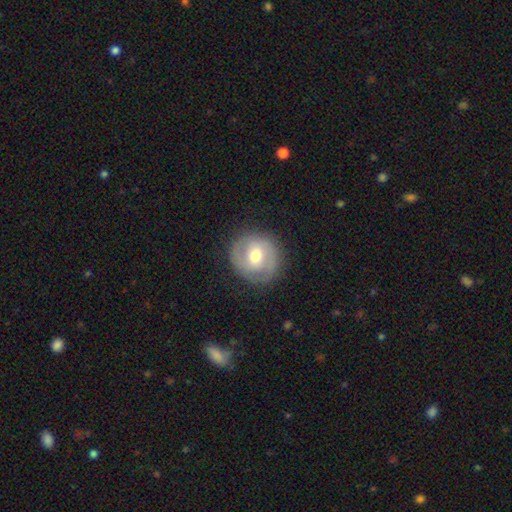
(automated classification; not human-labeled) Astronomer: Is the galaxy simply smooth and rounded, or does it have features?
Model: featured or disk — 58% (runner-up: smooth, 36%).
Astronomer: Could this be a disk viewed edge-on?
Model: no — 97%.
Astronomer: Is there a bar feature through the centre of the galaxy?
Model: weak — 44% (runner-up: no, 41%).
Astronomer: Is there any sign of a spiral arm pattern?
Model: yes — 71%.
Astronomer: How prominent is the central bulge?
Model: moderate — 74%.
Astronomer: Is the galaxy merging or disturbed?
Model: none — 83%.